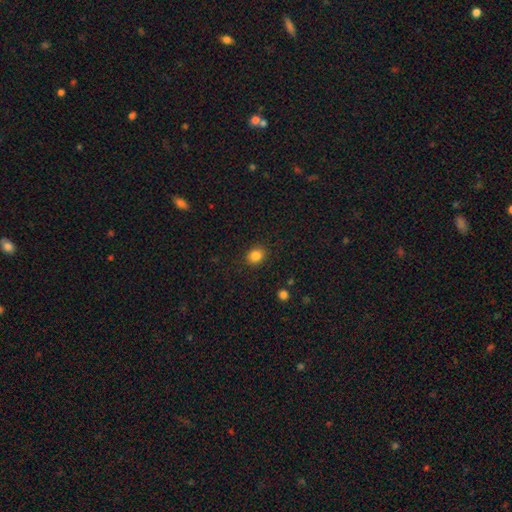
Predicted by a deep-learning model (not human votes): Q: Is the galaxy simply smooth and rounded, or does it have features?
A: smooth — 84%.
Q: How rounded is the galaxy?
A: round — 68%.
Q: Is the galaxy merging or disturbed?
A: none — 89%.